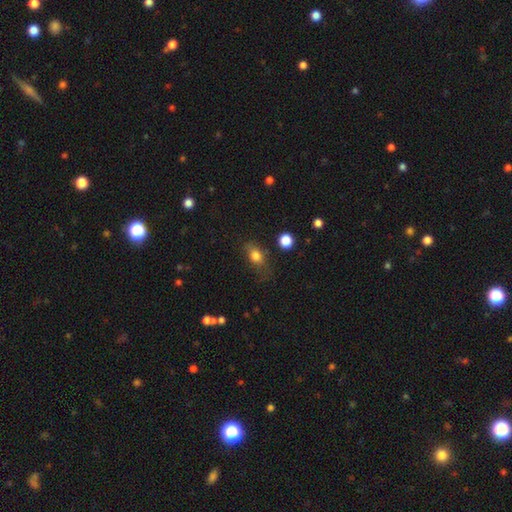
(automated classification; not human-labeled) A smooth galaxy with no disk features (79%) that is in between round and cigar-shaped (74%).

Vote fractions:
- Smooth or featured? smooth: 79% / featured or disk: 10% / star or artifact: 10%
- How rounded? in between: 74% / round: 21% / cigar-shaped: 5%
- Merging? none: 59% / minor disturbance: 26% / major disturbance: 12% / merger: 3%